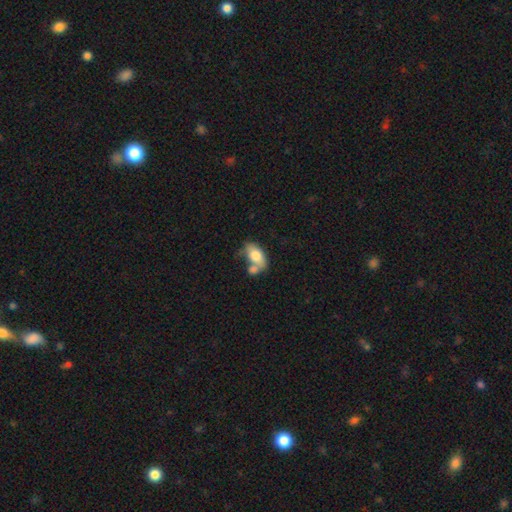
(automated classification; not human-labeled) Smooth or featured?
  - smooth: 72% *
  - featured or disk: 21%
  - star or artifact: 7%
How rounded?
  - in between: 90% *
  - round: 7%
  - cigar-shaped: 3%
Merging?
  - merger: 44% *
  - none: 30%
  - minor disturbance: 16%
  - major disturbance: 9%